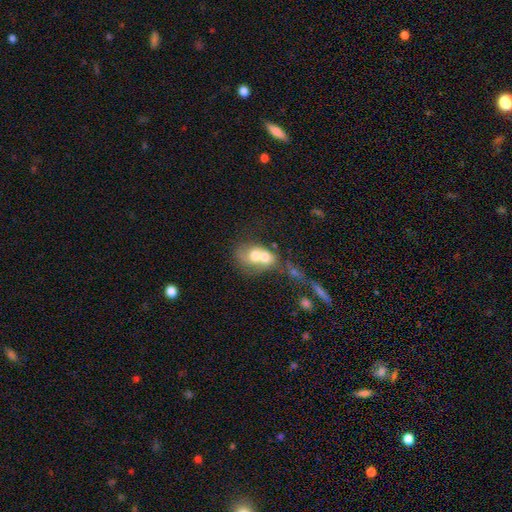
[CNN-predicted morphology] A smooth galaxy with no disk features (56%) that is in between round and cigar-shaped (51%). Merging: merger (76%).